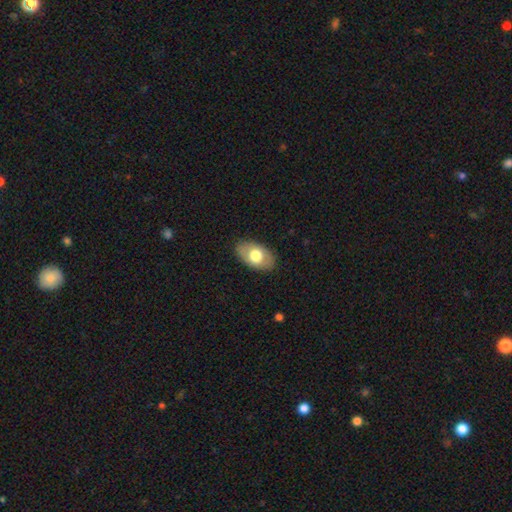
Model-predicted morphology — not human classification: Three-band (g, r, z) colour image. It shows a smooth galaxy with no disk features (68%) that is in between round and cigar-shaped (92%). Merging: none (86%).